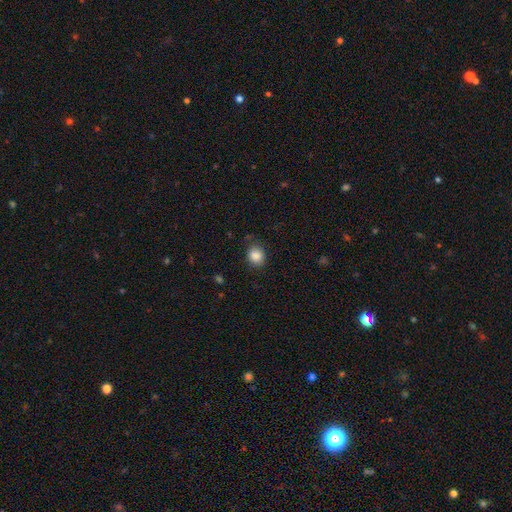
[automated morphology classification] smooth_or_featured: smooth (p=0.87) [alt: star or artifact p=0.09]
how_rounded: round (p=0.68) [alt: in between p=0.31]
merging: none (p=0.82) [alt: minor disturbance p=0.13]